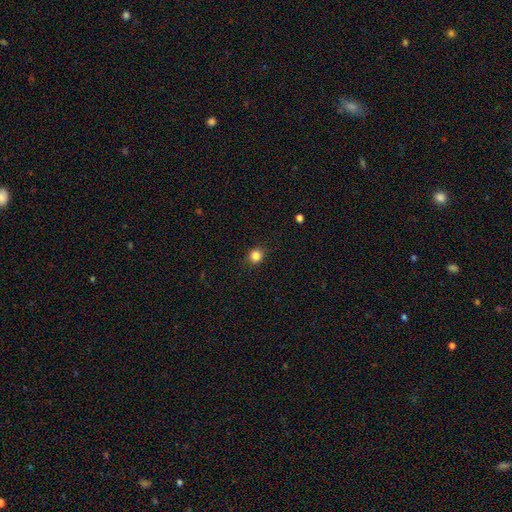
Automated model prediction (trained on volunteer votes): Smooth or featured: smooth — 84% (star or artifact — 12%)
How rounded: round — 85% (in between — 14%)
Merging: none — 89% (minor disturbance — 8%)